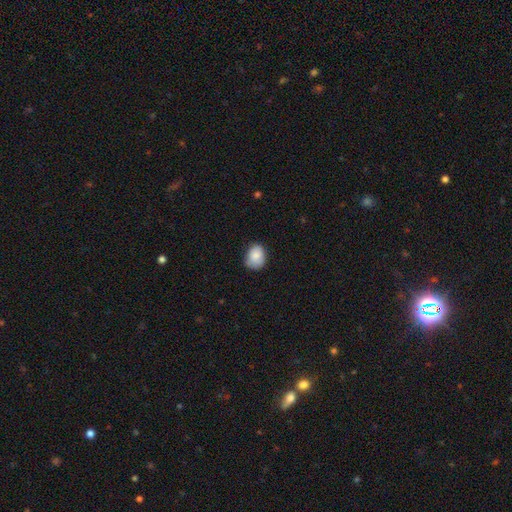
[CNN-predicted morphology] Overall: smooth (85%). How rounded: in between (58%; round 41%). Merging: none (68%).